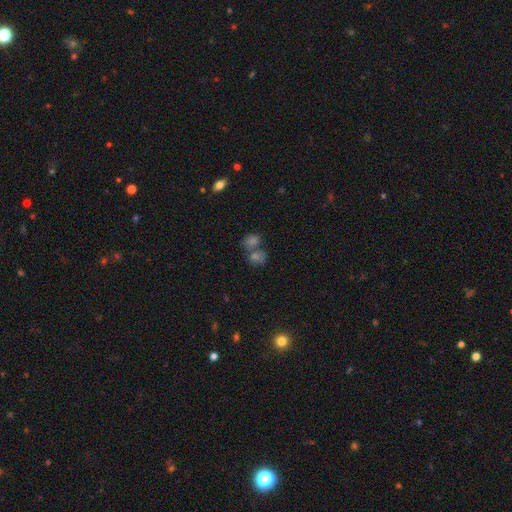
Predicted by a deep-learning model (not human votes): smooth_or_featured: smooth (p=0.55) [alt: star or artifact p=0.31]
how_rounded: round (p=0.59) [alt: in between p=0.39]
merging: none (p=0.47) [alt: merger p=0.38]